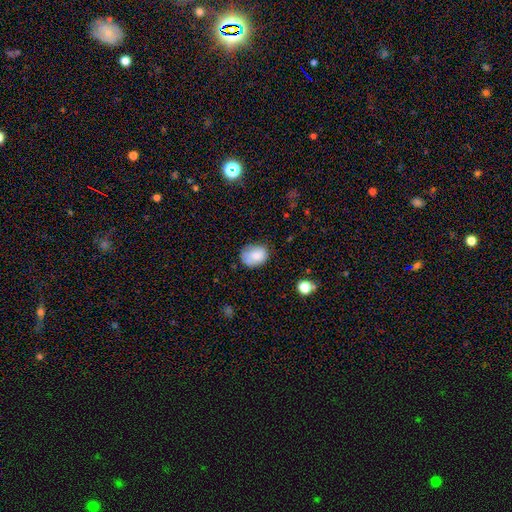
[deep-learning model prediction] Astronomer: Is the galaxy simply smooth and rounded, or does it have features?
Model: smooth — 79%.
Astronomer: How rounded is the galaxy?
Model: in between — 62%.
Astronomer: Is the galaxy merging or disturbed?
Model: none — 67%.